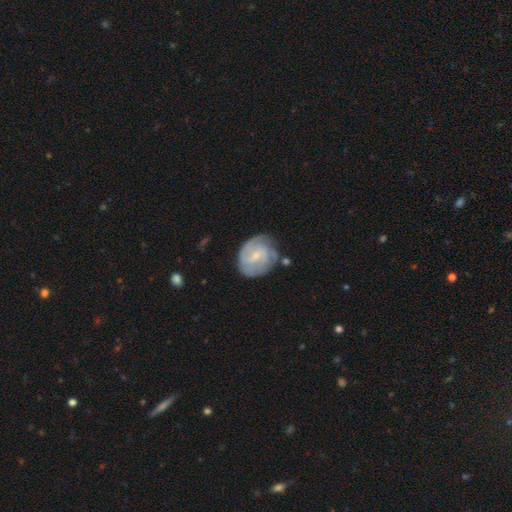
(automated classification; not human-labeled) Smooth or featured? Predicted: featured or disk (p=0.70). Edge-on disk? Predicted: no (p=0.98). Bar? Predicted: weak (p=0.50). Spiral arms? Predicted: yes (p=0.88). Spiral winding? Predicted: tight (p=0.51). Spiral arm count? Predicted: can't tell (p=0.36). Bulge size? Predicted: small (p=0.72). Merging? Predicted: none (p=0.61).